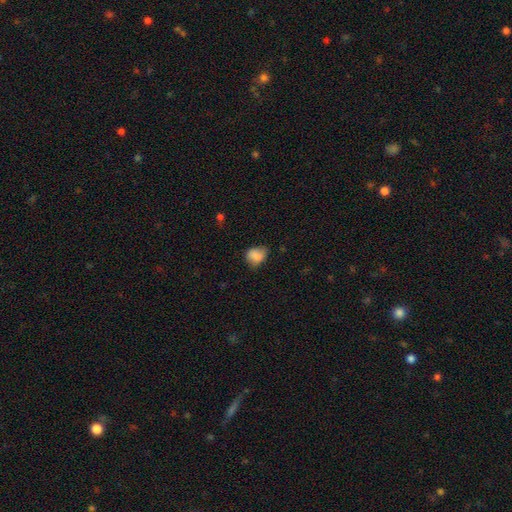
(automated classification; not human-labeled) This is clearly a smooth galaxy (82%). How rounded: possibly in between (56%). Merging: possibly none (54%).